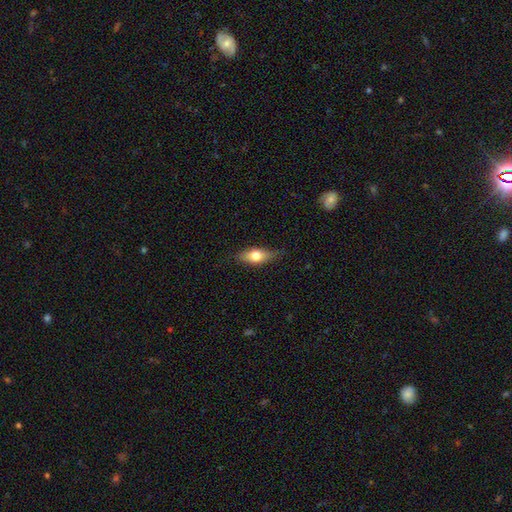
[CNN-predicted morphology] A smooth galaxy with no disk features (67%) that is in between round and cigar-shaped (74%). Merging: none (78%).